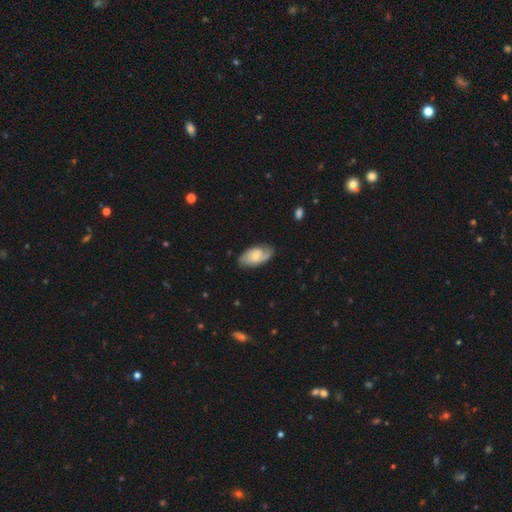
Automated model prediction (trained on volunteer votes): A featured or disk galaxy (63%) with no bar (51%), 2 (67%) medium (45%) spiral arms (91%) and a small central bulge (51%). Merging: none (74%).